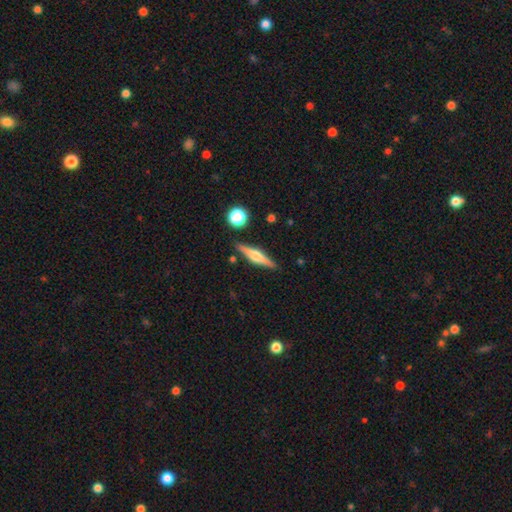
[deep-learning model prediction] The model was most divided on "smooth or featured": featured or disk: 65%, smooth: 29%, star or artifact: 6%. More confident: edge-on disk — yes (97%); edge-on bulge — rounded (88%); merging — none (88%).